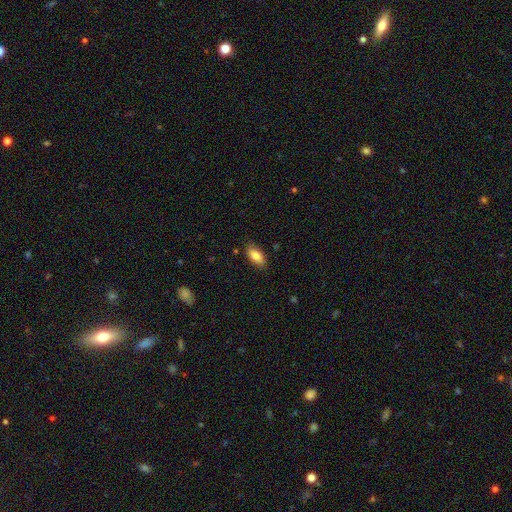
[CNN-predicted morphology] Smooth or featured: smooth — 83% (featured or disk — 10%)
How rounded: in between — 87% (cigar-shaped — 11%)
Merging: none — 84% (minor disturbance — 12%)